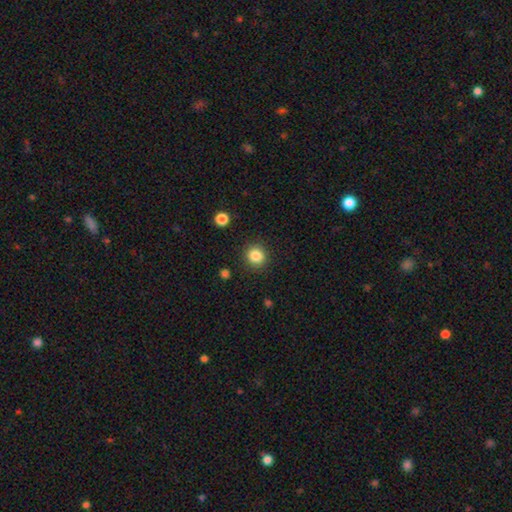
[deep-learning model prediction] smooth 84%, star or artifact 11%, featured or disk 5%. Down the decision tree: how rounded — round (90%); merging — none (90%).